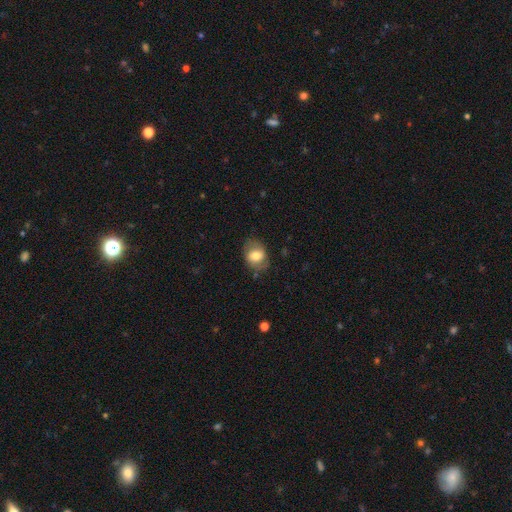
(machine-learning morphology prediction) A smooth galaxy with no disk features (68%) that is in between round and cigar-shaped (66%).

Vote fractions:
- Smooth or featured? smooth: 68% / featured or disk: 24% / star or artifact: 8%
- How rounded? in between: 66% / round: 33% / cigar-shaped: 1%
- Merging? none: 71% / minor disturbance: 20% / major disturbance: 8% / merger: 1%